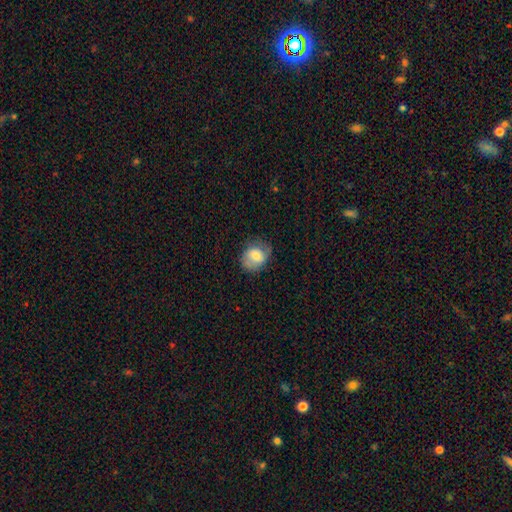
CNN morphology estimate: Smooth or featured: smooth — 71% (featured or disk — 21%)
How rounded: round — 51% (in between — 48%)
Merging: none — 61% (minor disturbance — 27%)